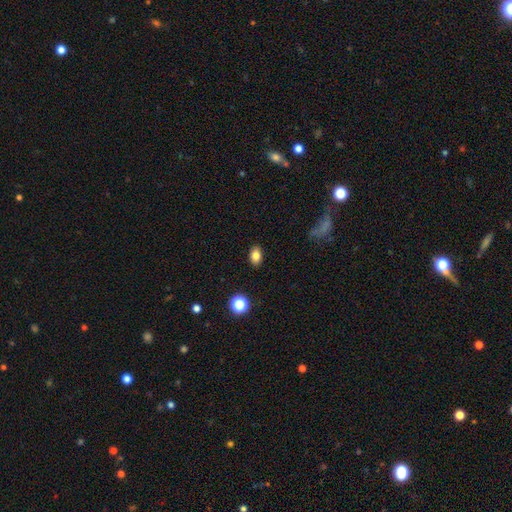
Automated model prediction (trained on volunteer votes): smooth-or-featured: smooth: 81% | star or artifact: 11% | featured or disk: 8%
  how-rounded: in between: 79% | round: 19% | cigar-shaped: 1%
  merging: none: 88% | minor disturbance: 8% | major disturbance: 2% | merger: 1%